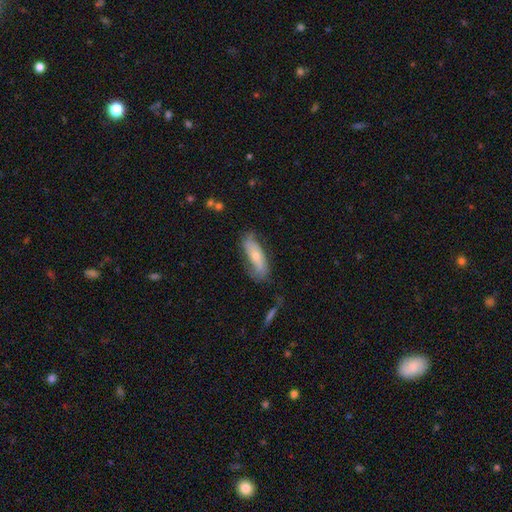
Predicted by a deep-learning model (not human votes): Smooth or featured: smooth — 48% (featured or disk — 45%)
Merging: none — 56% (minor disturbance — 29%)